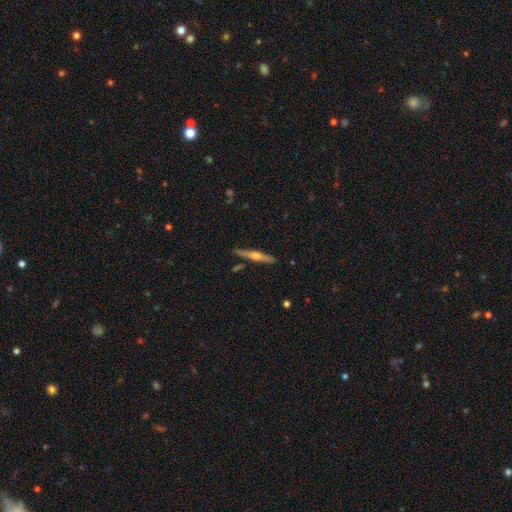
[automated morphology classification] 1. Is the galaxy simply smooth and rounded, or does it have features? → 70% featured or disk, 24% smooth, 6% star or artifact.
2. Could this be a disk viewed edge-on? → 97% yes, 3% no.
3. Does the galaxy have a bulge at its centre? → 90% rounded, 6% none, 4% boxy.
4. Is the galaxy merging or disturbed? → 87% none, 9% minor disturbance, 2% merger, 2% major disturbance.